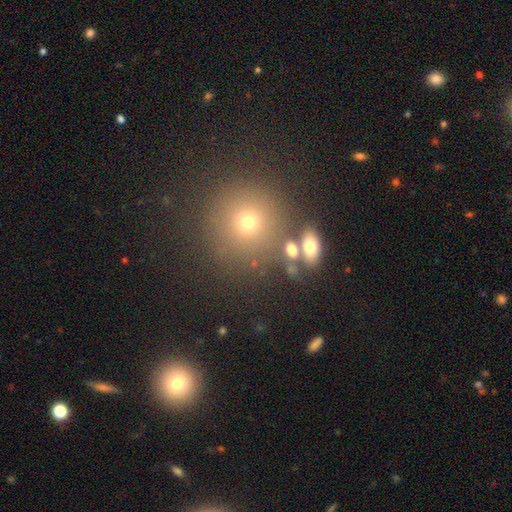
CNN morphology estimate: Smooth or featured? Predicted: smooth (p=0.59). How rounded? Predicted: round (p=0.92). Merging? Predicted: none (p=0.79).